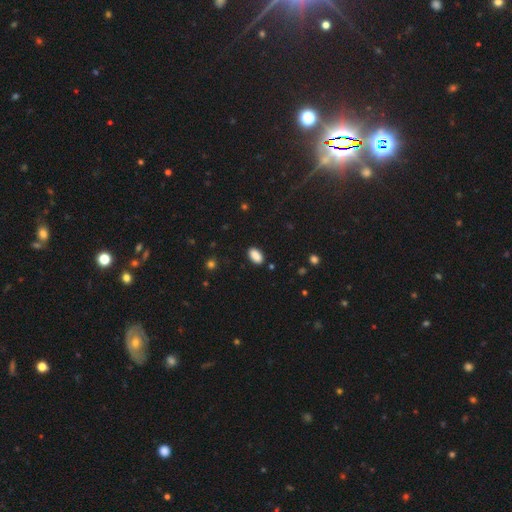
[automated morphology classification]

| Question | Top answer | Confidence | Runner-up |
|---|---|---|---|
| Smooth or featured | smooth | 89% | star or artifact (8%) |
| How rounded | in between | 93% | round (4%) |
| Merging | none | 88% | minor disturbance (9%) |